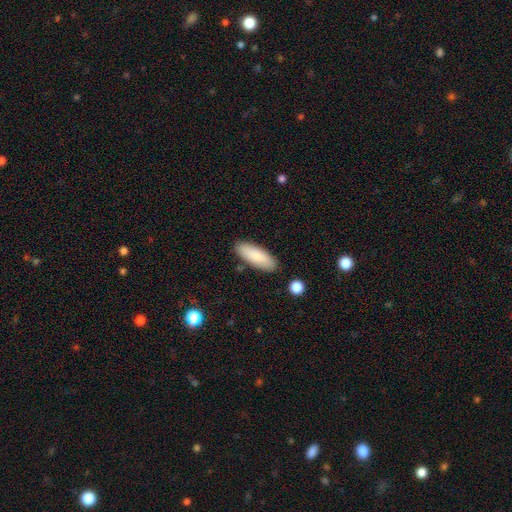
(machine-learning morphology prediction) A smooth galaxy with no disk features (85%) that is in between round and cigar-shaped (63%).

Vote fractions:
- Smooth or featured? smooth: 85% / featured or disk: 9% / star or artifact: 6%
- How rounded? in between: 63% / cigar-shaped: 35% / round: 2%
- Merging? none: 86% / minor disturbance: 10% / merger: 2% / major disturbance: 2%